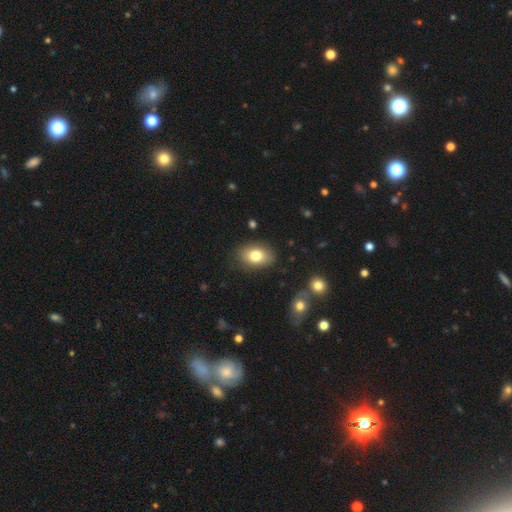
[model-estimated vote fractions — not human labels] This is likely a smooth galaxy (80%). How rounded: clearly in between (84%). Merging: clearly none (84%).